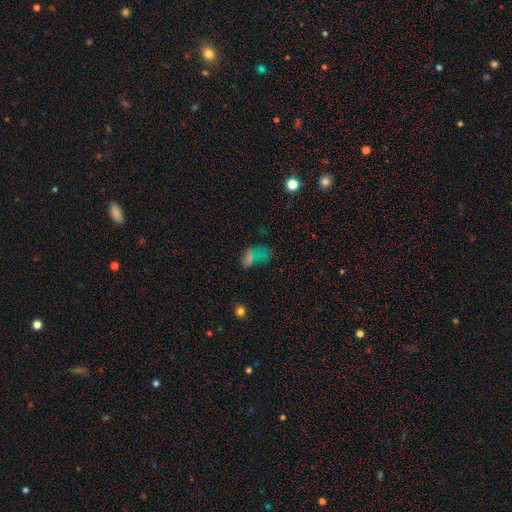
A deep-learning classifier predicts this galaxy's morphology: A smooth galaxy with no disk features (46%). Merging: none (39%).